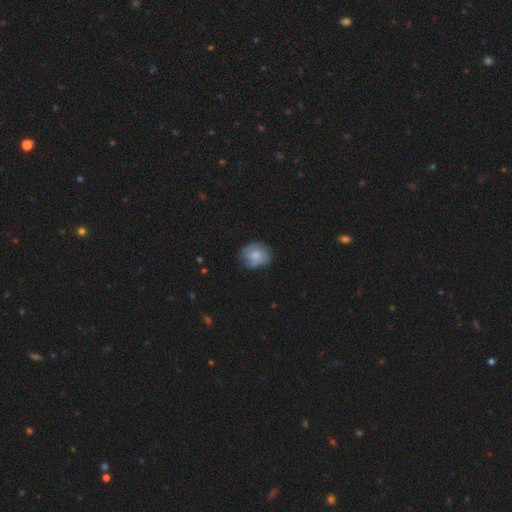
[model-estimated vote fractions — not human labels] smooth-or-featured: smooth: 67% | featured or disk: 26% | star or artifact: 8%
  how-rounded: round: 66% | in between: 33% | cigar-shaped: 1%
  merging: none: 64% | minor disturbance: 27% | major disturbance: 7% | merger: 2%